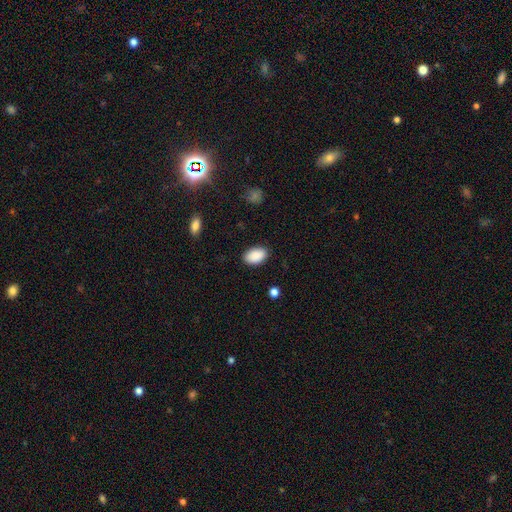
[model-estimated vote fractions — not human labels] Smooth or featured? Predicted: smooth (p=0.91). How rounded? Predicted: in between (p=0.92). Merging? Predicted: none (p=0.88).